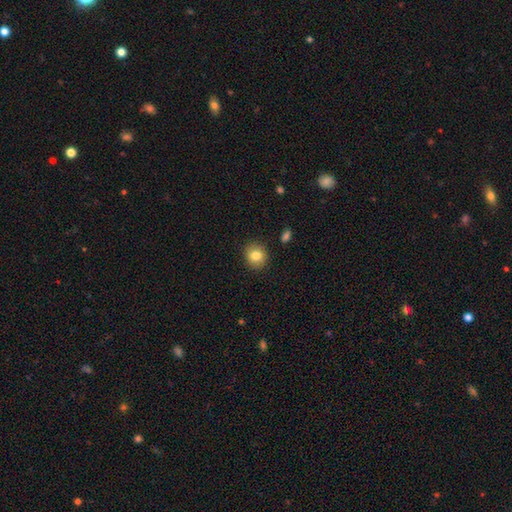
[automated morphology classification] smooth 83%, star or artifact 9%, featured or disk 8%. Down the decision tree: how rounded — round (77%); merging — none (89%).